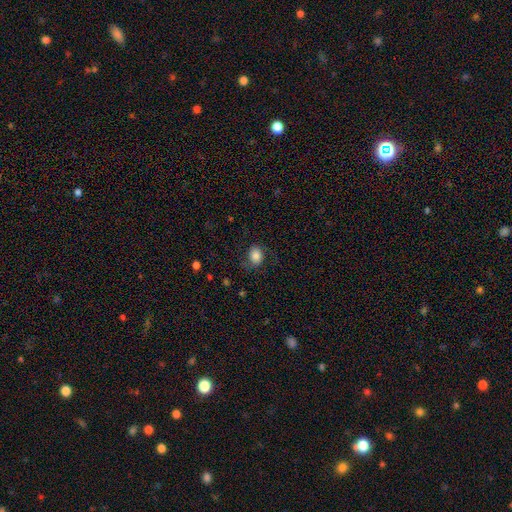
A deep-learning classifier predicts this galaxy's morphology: Smooth or featured? Predicted: smooth (p=0.73). How rounded? Predicted: in between (p=0.58). Merging? Predicted: none (p=0.68).